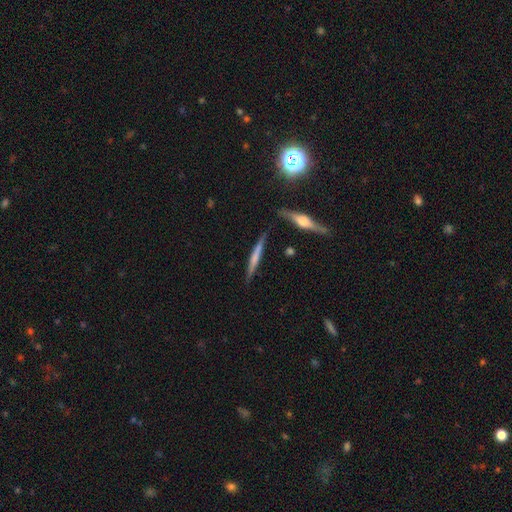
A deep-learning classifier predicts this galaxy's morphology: Overall: featured or disk (51%; smooth 43%). Edge-on disk: yes (96%). Merging: none (83%).